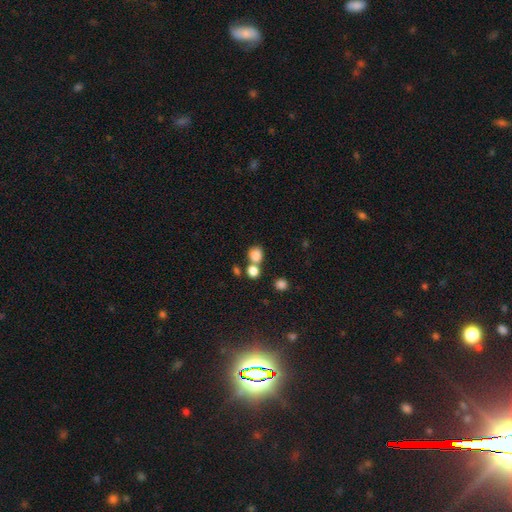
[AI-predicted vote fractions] This appears to be a smooth galaxy with no disk features (82%) that is round (79%). Merging: none (54%).